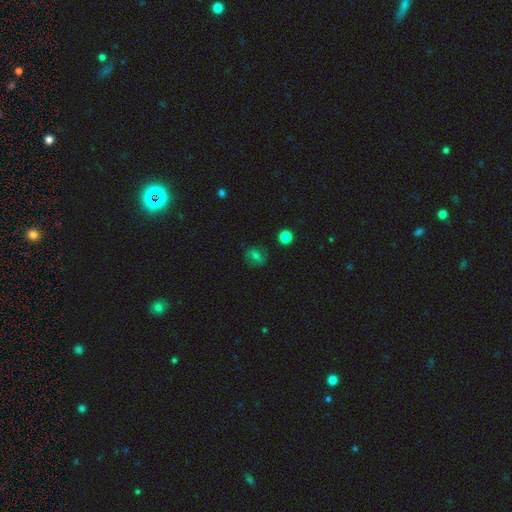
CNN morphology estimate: smooth_or_featured: smooth (p=0.59) [alt: featured or disk p=0.26]
how_rounded: round (p=0.55) [alt: in between p=0.42]
merging: none (p=0.77) [alt: minor disturbance p=0.15]